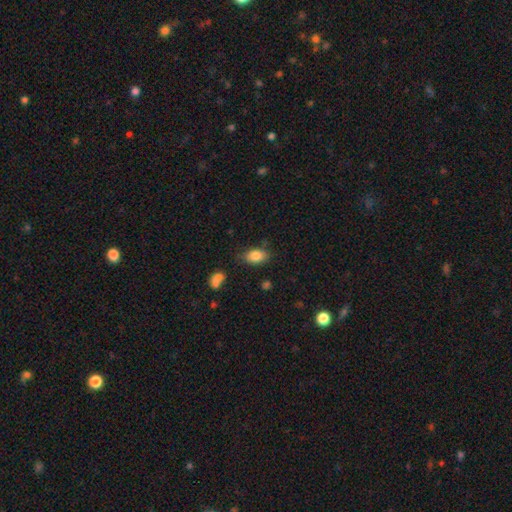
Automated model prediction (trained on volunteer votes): Smooth or featured? Predicted: smooth (p=0.83). How rounded? Predicted: in between (p=0.86). Merging? Predicted: none (p=0.75).